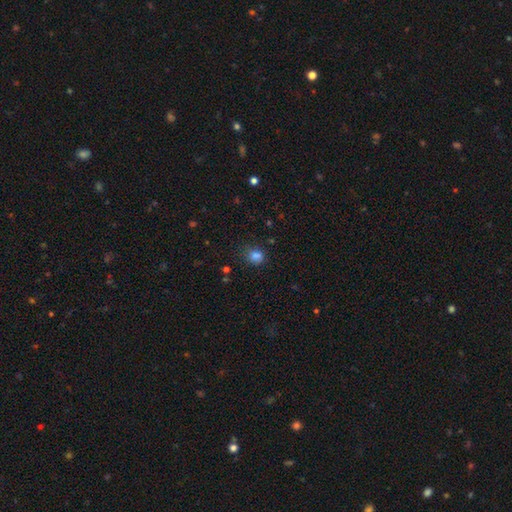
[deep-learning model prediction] This appears to be a smooth galaxy with no disk features (79%) that is round (63%). Merging: none (63%).